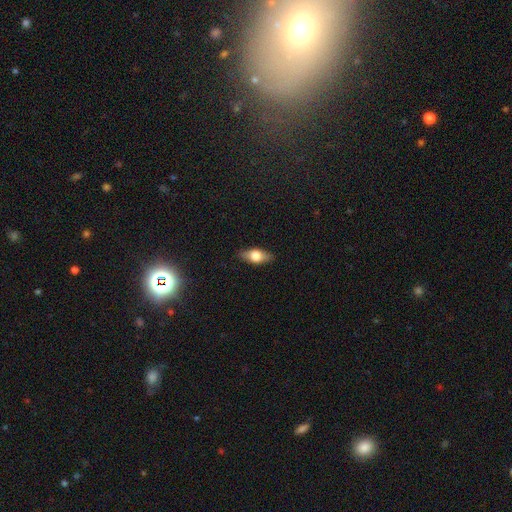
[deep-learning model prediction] smooth_or_featured: smooth (p=0.59) [alt: featured or disk p=0.33]
how_rounded: in between (p=0.80) [alt: cigar-shaped p=0.14]
merging: none (p=0.85) [alt: minor disturbance p=0.11]